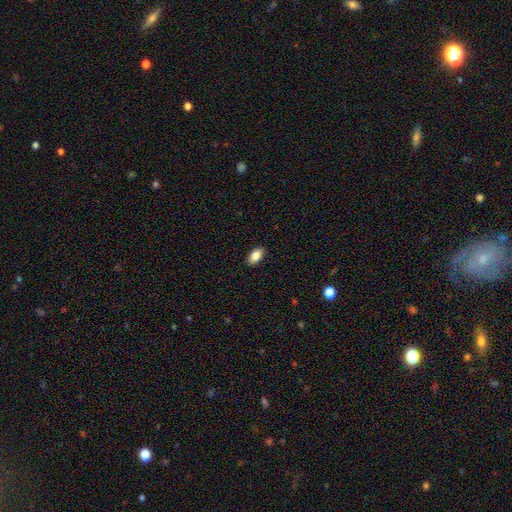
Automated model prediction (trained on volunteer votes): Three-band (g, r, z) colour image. It shows a smooth galaxy with no disk features (86%) that is in between round and cigar-shaped (92%). Merging: none (90%).